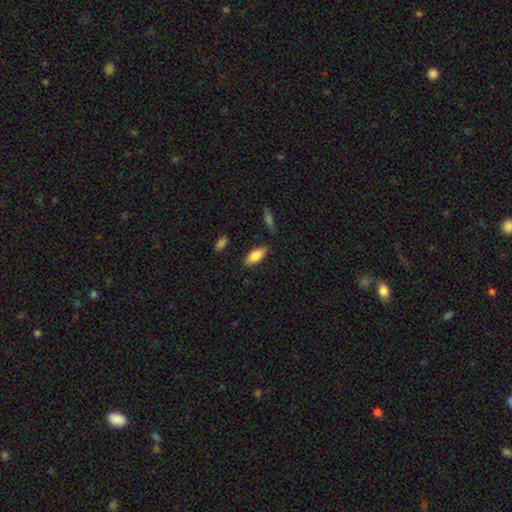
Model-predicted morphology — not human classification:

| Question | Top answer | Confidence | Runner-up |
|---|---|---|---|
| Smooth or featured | smooth | 77% | featured or disk (17%) |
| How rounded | in between | 81% | cigar-shaped (17%) |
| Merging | none | 83% | minor disturbance (12%) |